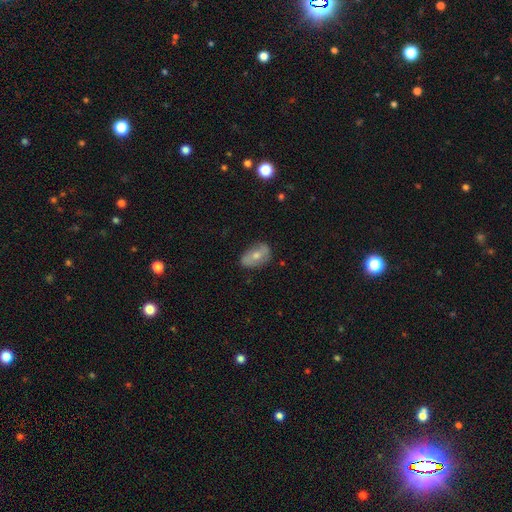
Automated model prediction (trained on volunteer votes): Smooth or featured: smooth — 51% (featured or disk — 41%)
How rounded: in between — 86% (round — 11%)
Merging: none — 72% (minor disturbance — 21%)